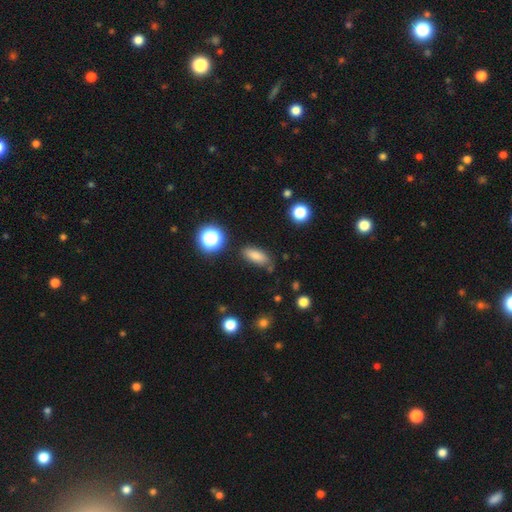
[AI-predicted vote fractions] Morphology: type=smooth (81%); roundness=in between (74%); merging=none (77%).